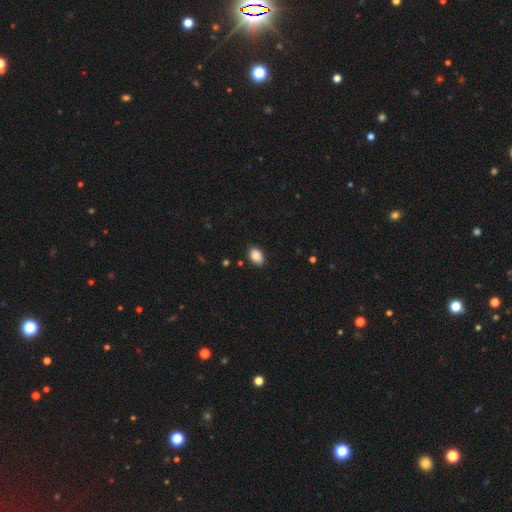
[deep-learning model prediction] The model was most divided on "how rounded": in between: 86%, round: 12%, cigar-shaped: 1%. More confident: merging — none (88%); smooth or featured — smooth (86%).